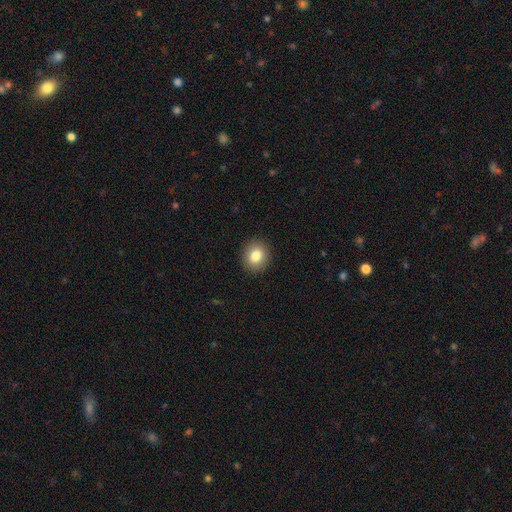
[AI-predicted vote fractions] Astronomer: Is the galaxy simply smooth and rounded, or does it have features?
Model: smooth — 82%.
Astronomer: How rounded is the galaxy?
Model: round — 75%.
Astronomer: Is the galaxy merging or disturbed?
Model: none — 91%.